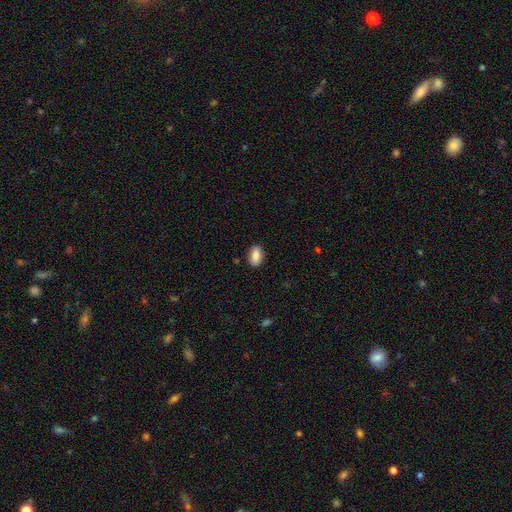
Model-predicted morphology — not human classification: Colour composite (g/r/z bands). It shows a smooth galaxy with no disk features (86%) that is in between round and cigar-shaped (91%). Merging: none (88%).